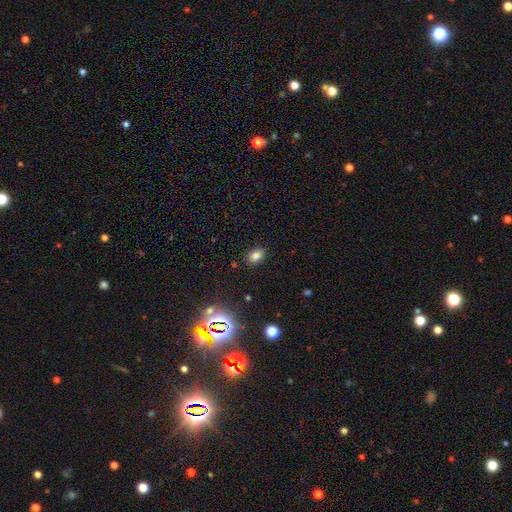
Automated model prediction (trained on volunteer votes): A smooth galaxy with no disk features (80%) that is in between round and cigar-shaped (79%).

Vote fractions:
- Smooth or featured? smooth: 80% / star or artifact: 14% / featured or disk: 5%
- How rounded? in between: 79% / round: 20% / cigar-shaped: 1%
- Merging? none: 86% / minor disturbance: 9% / major disturbance: 3% / merger: 2%